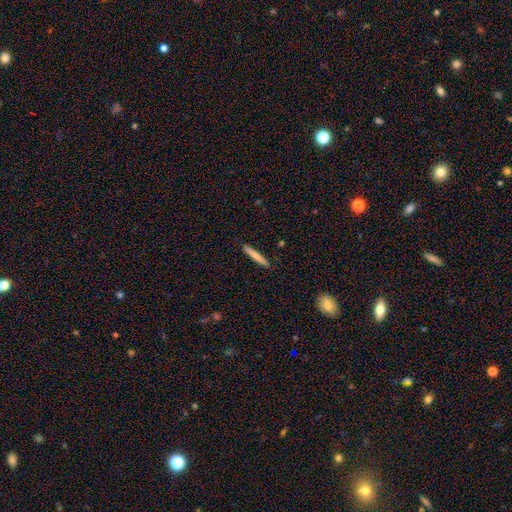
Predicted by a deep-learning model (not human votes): smooth_or_featured: smooth (p=0.74) [alt: featured or disk p=0.20]
how_rounded: cigar-shaped (p=0.95) [alt: in between p=0.03]
merging: none (p=0.91) [alt: minor disturbance p=0.07]